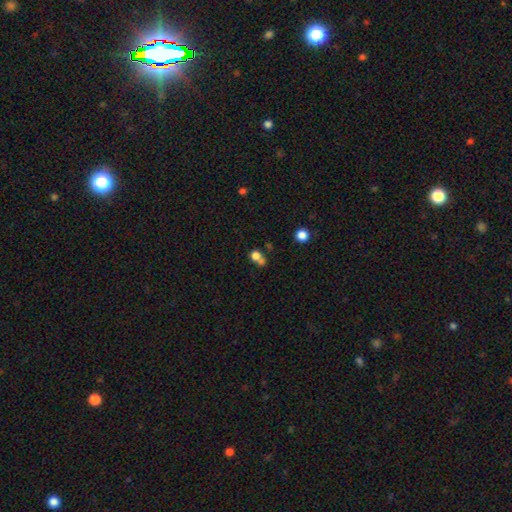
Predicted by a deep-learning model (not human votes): This is likely a smooth galaxy (73%). How rounded: likely round (73%). Merging: possibly merger (46%).